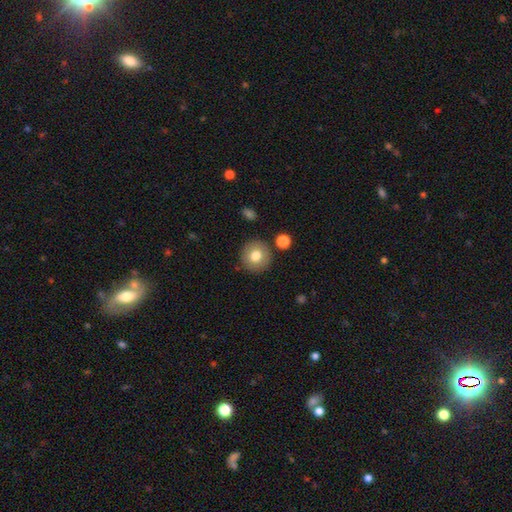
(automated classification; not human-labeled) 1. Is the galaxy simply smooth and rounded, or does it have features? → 77% smooth, 14% featured or disk, 9% star or artifact.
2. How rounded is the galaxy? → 93% round, 6% in between, 1% cigar-shaped.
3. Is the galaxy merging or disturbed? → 87% none, 7% minor disturbance, 3% merger, 2% major disturbance.